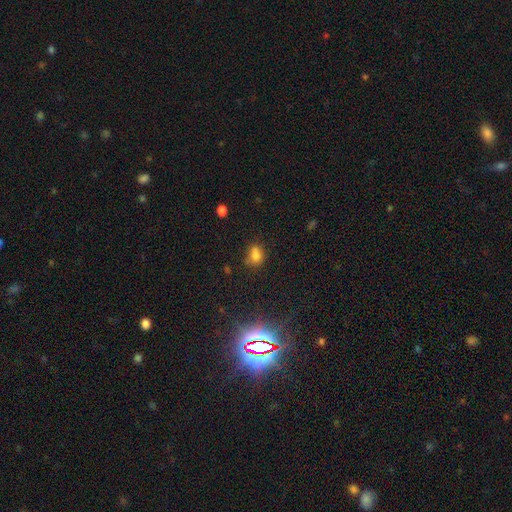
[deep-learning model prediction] This is likely a smooth galaxy (76%). How rounded: possibly in between (59%). Merging: possibly none (55%).